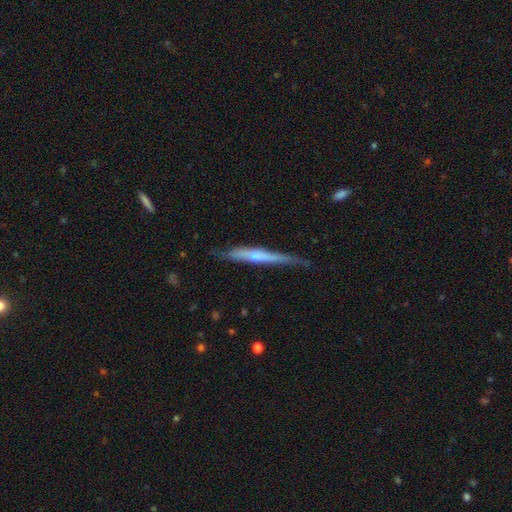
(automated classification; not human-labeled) A featured or disk galaxy (59%) viewed edge-on (92%) with a rounded central bulge (56%). Merging: none (66%).